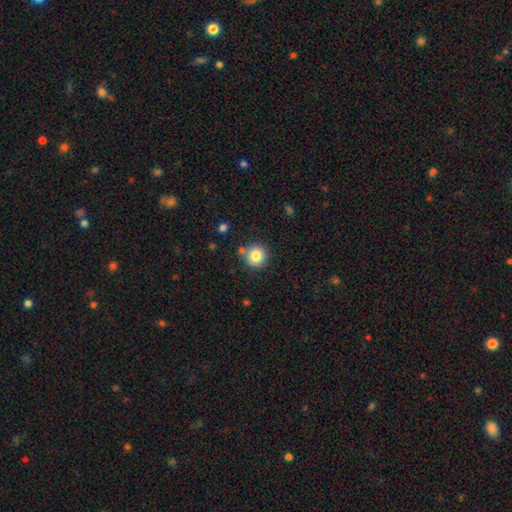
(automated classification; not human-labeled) Overall: smooth (82%). How rounded: round (93%). Merging: none (77%).